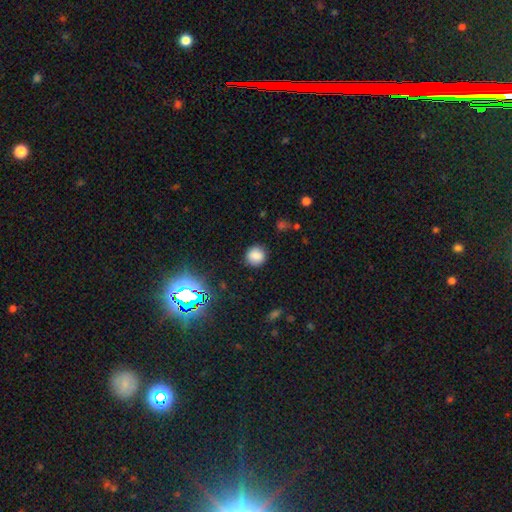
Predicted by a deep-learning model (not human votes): This is clearly a smooth galaxy (81%). How rounded: clearly round (91%). Merging: clearly none (88%).